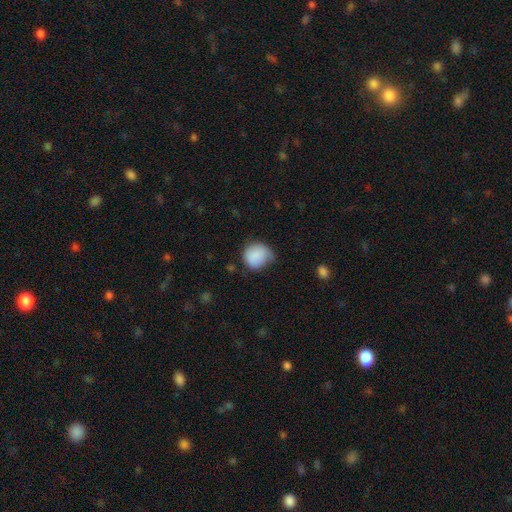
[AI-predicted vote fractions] A smooth galaxy with no disk features (85%) that is round (83%).

Vote fractions:
- Smooth or featured? smooth: 85% / star or artifact: 8% / featured or disk: 7%
- How rounded? round: 83% / in between: 16% / cigar-shaped: 1%
- Merging? none: 47% / minor disturbance: 39% / major disturbance: 12% / merger: 2%